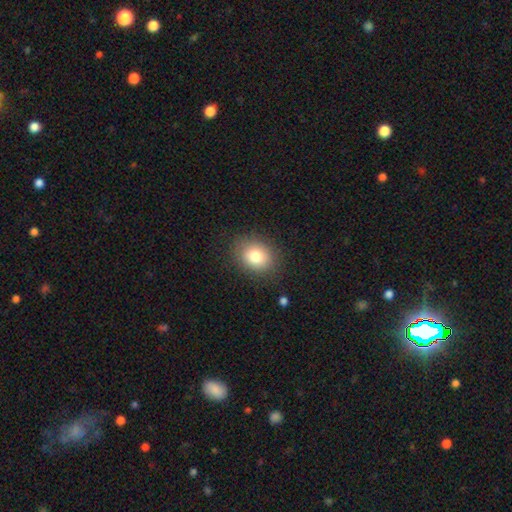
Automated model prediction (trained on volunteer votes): Morphology: type=smooth (79%); roundness=round (53%); merging=none (85%).